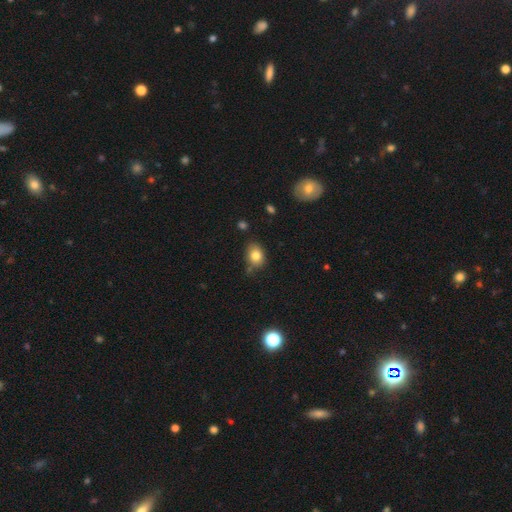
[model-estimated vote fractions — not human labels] smooth_or_featured: smooth (p=0.81) [alt: star or artifact p=0.10]
how_rounded: in between (p=0.62) [alt: round p=0.37]
merging: none (p=0.71) [alt: minor disturbance p=0.20]